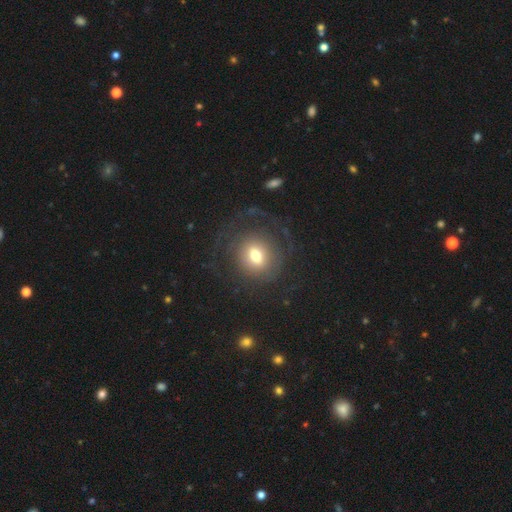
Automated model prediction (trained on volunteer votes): Q: Smooth or featured?
A: featured or disk (47%); runner-up: smooth (41%)
Q: Merging?
A: none (62%); runner-up: major disturbance (22%)